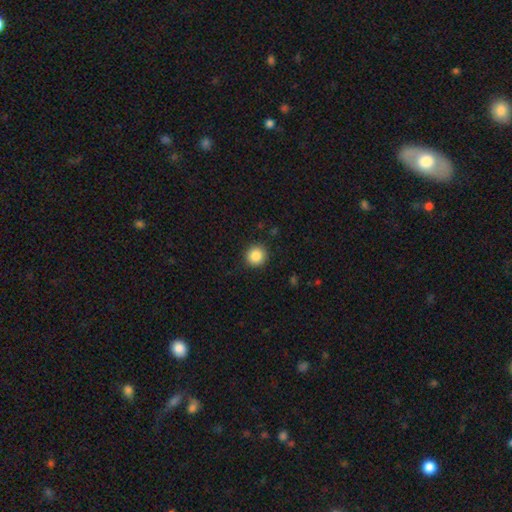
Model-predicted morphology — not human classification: smooth-or-featured: smooth: 87% | star or artifact: 9% | featured or disk: 4%
  how-rounded: round: 94% | in between: 5% | cigar-shaped: 1%
  merging: none: 91% | minor disturbance: 6% | major disturbance: 2% | merger: 1%